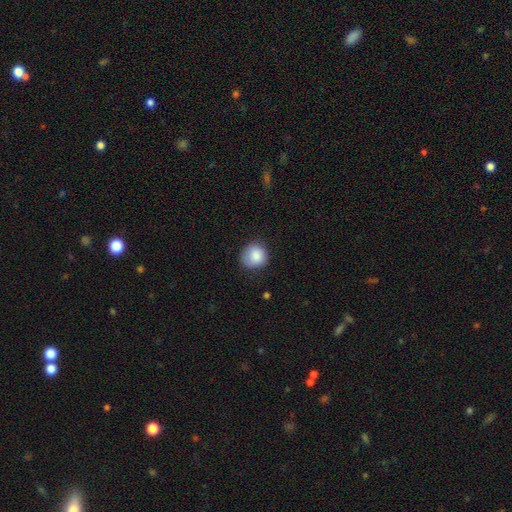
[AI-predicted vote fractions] This appears to be a smooth galaxy with no disk features (86%) that is round (86%). Merging: none (74%).